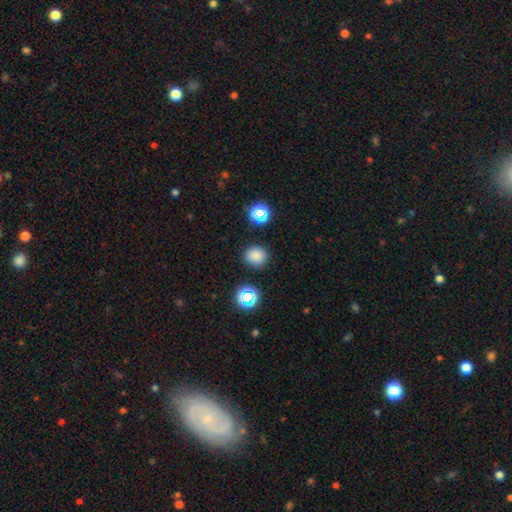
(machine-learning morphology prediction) smooth-or-featured: smooth: 80% | star or artifact: 16% | featured or disk: 4%
  how-rounded: round: 87% | in between: 12% | cigar-shaped: 1%
  merging: none: 88% | minor disturbance: 8% | major disturbance: 2% | merger: 2%